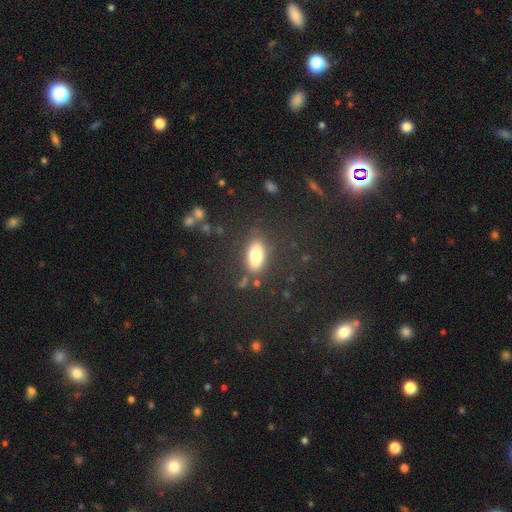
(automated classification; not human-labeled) A smooth galaxy with no disk features (78%) that is in between round and cigar-shaped (86%).

Vote fractions:
- Smooth or featured? smooth: 78% / featured or disk: 14% / star or artifact: 9%
- How rounded? in between: 86% / cigar-shaped: 8% / round: 6%
- Merging? none: 79% / minor disturbance: 13% / major disturbance: 5% / merger: 3%